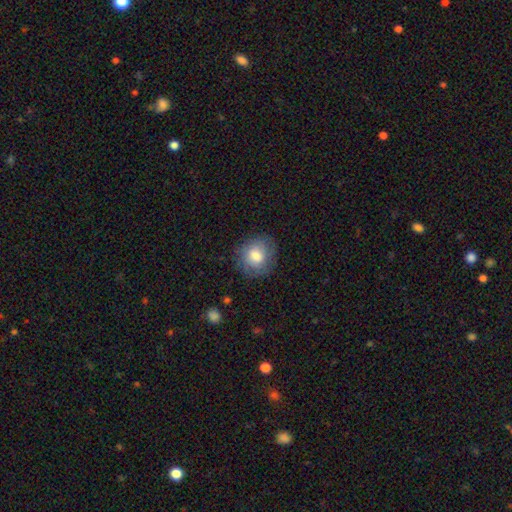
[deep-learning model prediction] Smooth or featured? smooth (74%)
How rounded? round (78%)
Merging? none (79%)